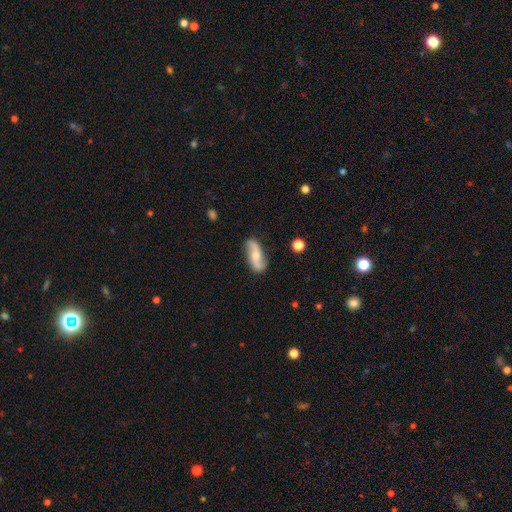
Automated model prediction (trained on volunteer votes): Overall: featured or disk (71%). Edge-on disk: no (92%). Bar: no (57%; weak 28%). Spiral arms: yes (93%). Spiral arm count: 2 (92%). Spiral winding: loose (77%). Bulge size: moderate (49%; small 42%). Merging: none (81%).